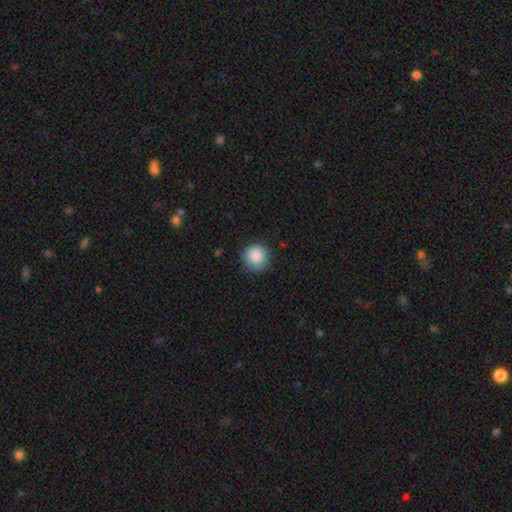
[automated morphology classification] smooth_or_featured: smooth (p=0.88) [alt: star or artifact p=0.08]
how_rounded: round (p=0.93) [alt: in between p=0.06]
merging: none (p=0.85) [alt: minor disturbance p=0.12]